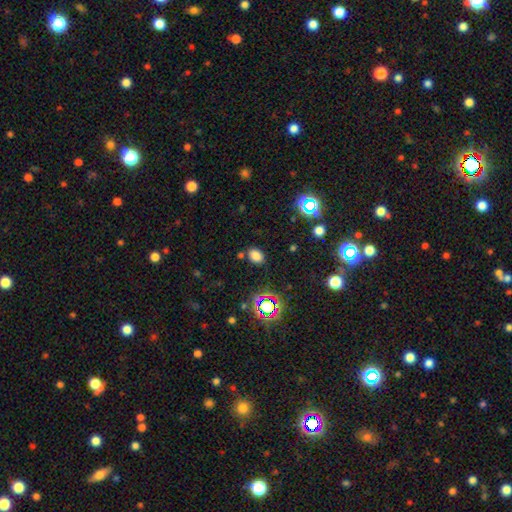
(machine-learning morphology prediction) A smooth galaxy with no disk features (75%) that is in between round and cigar-shaped (70%).

Vote fractions:
- Smooth or featured? smooth: 75% / star or artifact: 19% / featured or disk: 6%
- How rounded? in between: 70% / round: 28% / cigar-shaped: 1%
- Merging? none: 81% / minor disturbance: 11% / merger: 5% / major disturbance: 4%